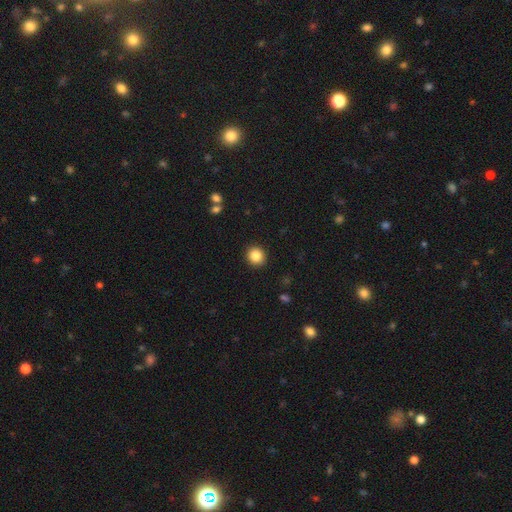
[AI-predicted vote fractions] The model was most divided on "smooth or featured": smooth: 86%, star or artifact: 9%, featured or disk: 5%. More confident: merging — none (92%); how rounded — round (90%).